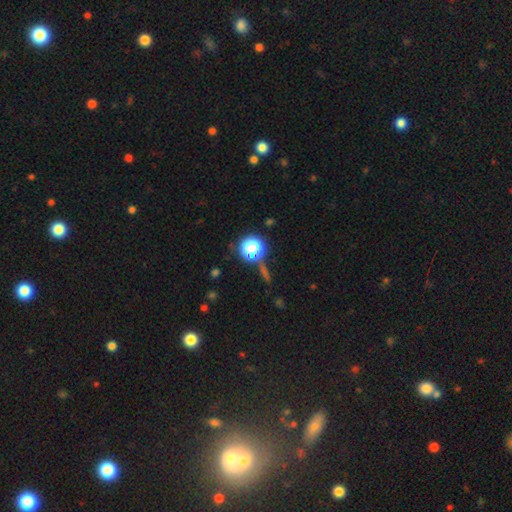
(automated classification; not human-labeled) A star or artifact, not a galaxy (64%).

Vote fractions:
- Smooth or featured? star or artifact: 64% / smooth: 24% / featured or disk: 12%